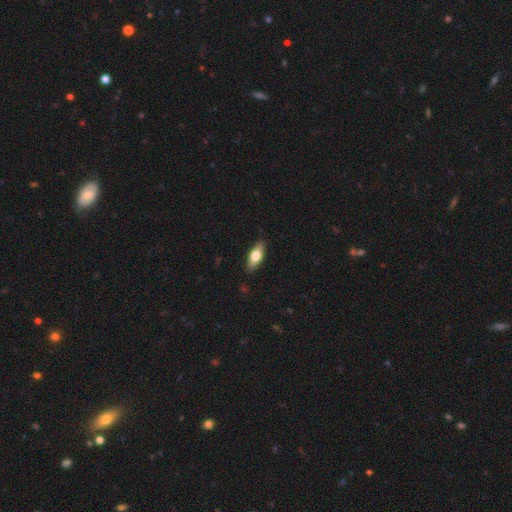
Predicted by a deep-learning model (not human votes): This appears to be a smooth galaxy with no disk features (62%) that is in between round and cigar-shaped (73%). Merging: none (87%).